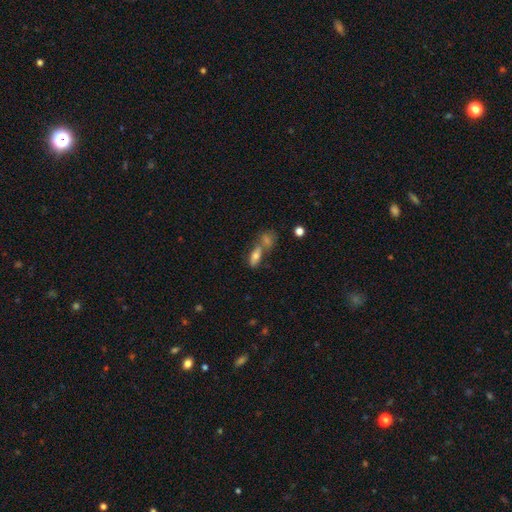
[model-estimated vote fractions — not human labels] A smooth galaxy with no disk features (69%) that is in between round and cigar-shaped (72%). Merging: merger (43%).